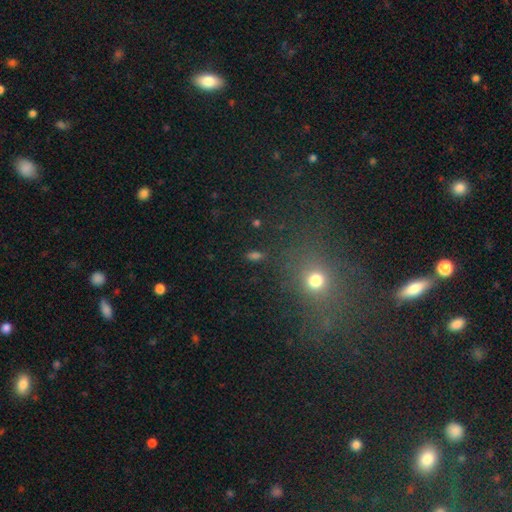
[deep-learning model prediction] Smooth or featured? Predicted: smooth (p=0.55). How rounded? Predicted: in between (p=0.57). Merging? Predicted: none (p=0.80).